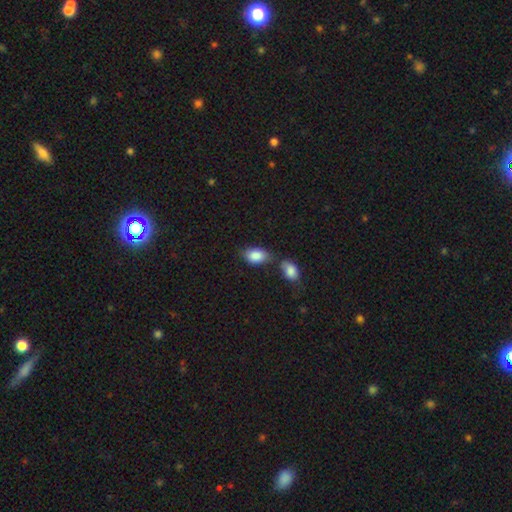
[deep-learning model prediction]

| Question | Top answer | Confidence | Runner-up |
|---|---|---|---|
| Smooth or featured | smooth | 87% | star or artifact (7%) |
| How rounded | in between | 90% | round (8%) |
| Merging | none | 52% | merger (26%) |